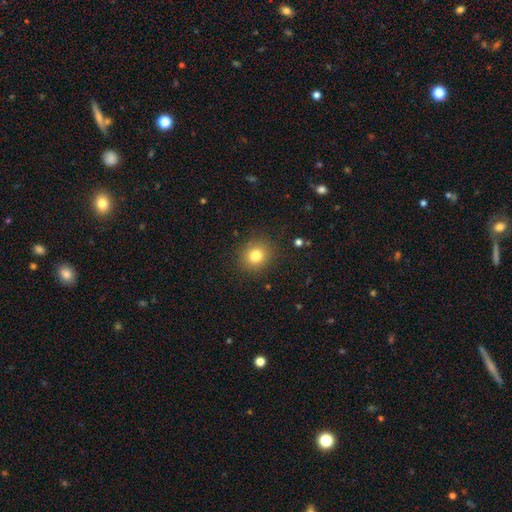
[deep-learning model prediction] Smooth or featured: smooth — 81% (star or artifact — 12%)
How rounded: round — 78% (in between — 21%)
Merging: none — 88% (minor disturbance — 8%)